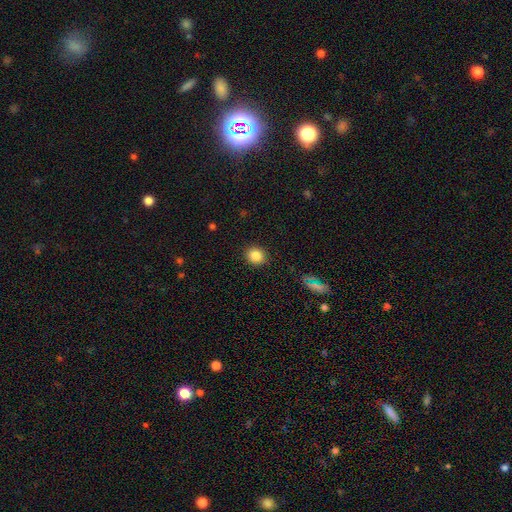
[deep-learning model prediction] The model was most divided on "how rounded": round: 73%, in between: 26%, cigar-shaped: 1%. More confident: merging — none (90%); smooth or featured — smooth (85%).